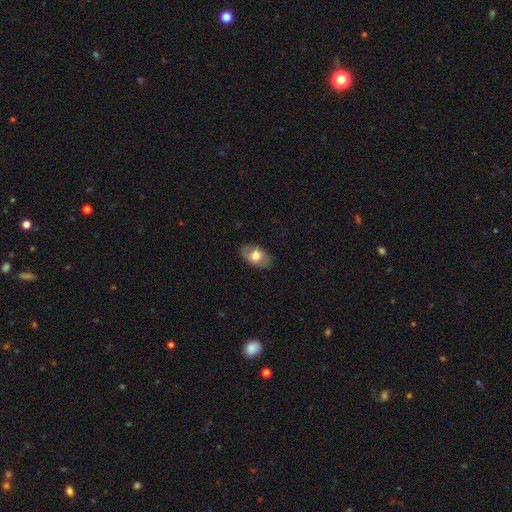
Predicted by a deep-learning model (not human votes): This appears to be a smooth galaxy with no disk features (66%) that is in between round and cigar-shaped (89%). Merging: none (82%).